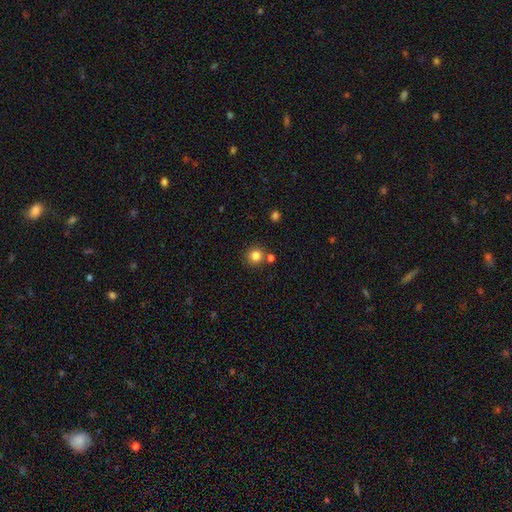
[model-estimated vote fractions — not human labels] Smooth or featured? Predicted: smooth (p=0.83). How rounded? Predicted: round (p=0.92). Merging? Predicted: none (p=0.77).